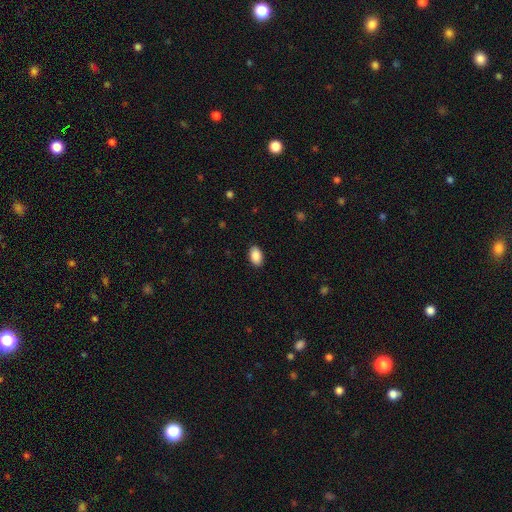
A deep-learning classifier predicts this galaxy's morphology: Smooth or featured: smooth — 90% (star or artifact — 7%)
How rounded: in between — 92% (round — 7%)
Merging: none — 89% (minor disturbance — 8%)